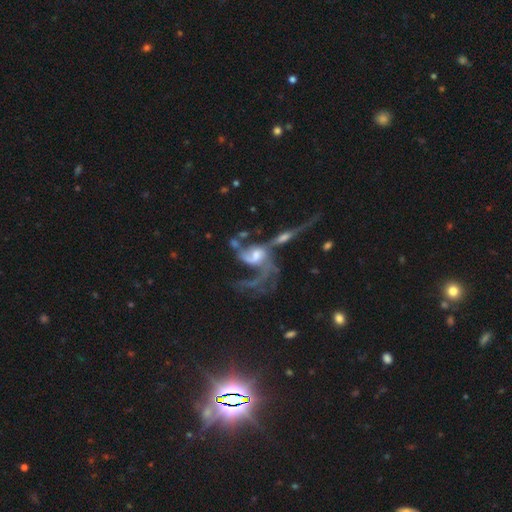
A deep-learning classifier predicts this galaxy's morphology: This appears to be a featured or disk galaxy (79%) with no bar (51%), 2 (33%) loose (64%) spiral arms (86%) and a moderate central bulge (46%). Merging: merger (50%).